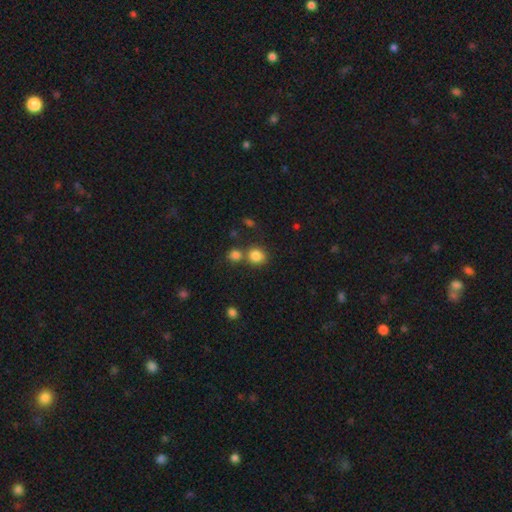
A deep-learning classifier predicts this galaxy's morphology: Smooth or featured: smooth — 83% (star or artifact — 11%)
How rounded: round — 73% (in between — 26%)
Merging: none — 58% (merger — 29%)